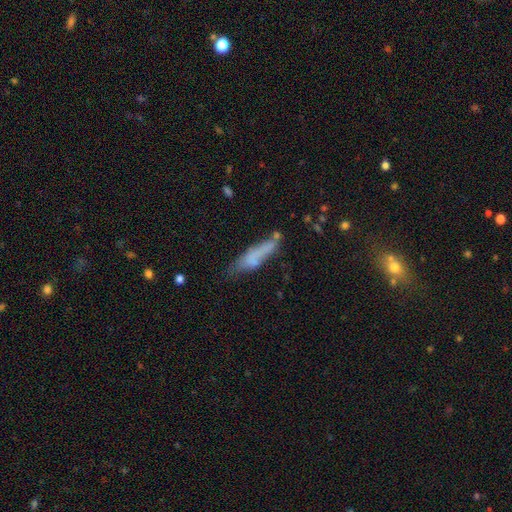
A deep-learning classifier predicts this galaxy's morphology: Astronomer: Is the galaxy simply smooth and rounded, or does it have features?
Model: smooth — 63%.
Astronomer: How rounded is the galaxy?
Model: cigar-shaped — 76%.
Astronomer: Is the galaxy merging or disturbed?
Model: none — 48% (runner-up: minor disturbance, 29%).